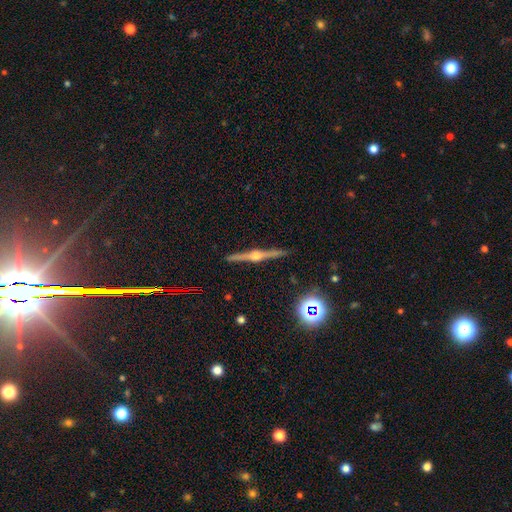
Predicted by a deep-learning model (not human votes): Smooth or featured: featured or disk — 82% (star or artifact — 9%)
Edge-on disk: yes — 98% (no — 2%)
Edge-on bulge: rounded — 92% (boxy — 5%)
Merging: none — 91% (minor disturbance — 6%)